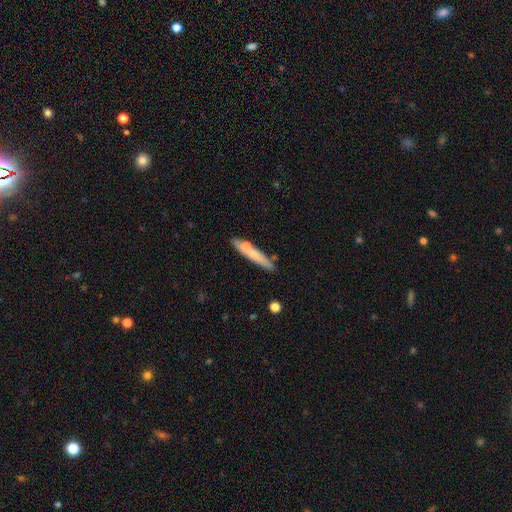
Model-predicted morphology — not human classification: smooth-or-featured: smooth: 58% | featured or disk: 36% | star or artifact: 6%
  how-rounded: cigar-shaped: 89% | in between: 9% | round: 2%
  merging: none: 64% | merger: 17% | minor disturbance: 15% | major disturbance: 4%